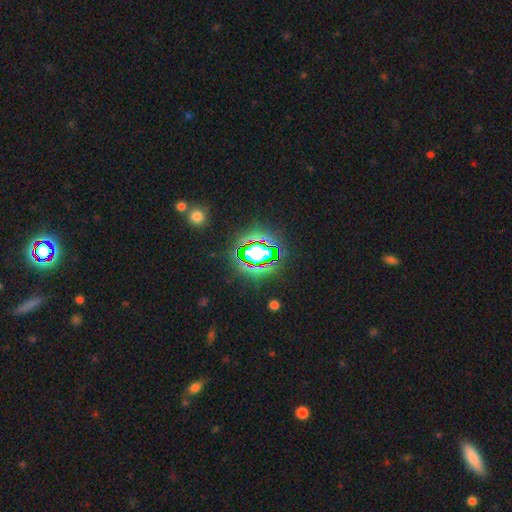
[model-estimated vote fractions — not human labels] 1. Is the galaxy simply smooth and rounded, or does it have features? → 70% star or artifact, 18% smooth, 12% featured or disk.